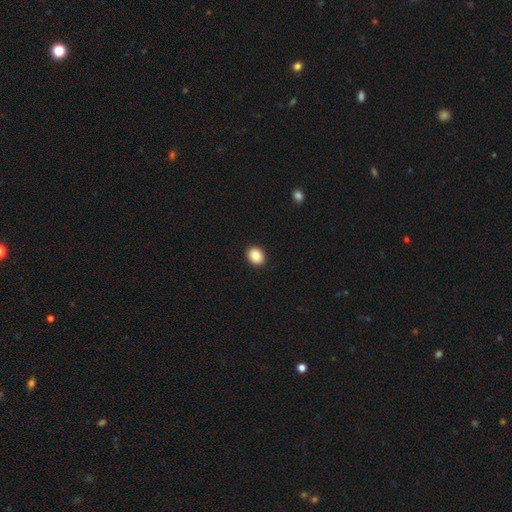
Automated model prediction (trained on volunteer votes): Morphology: type=smooth (89%); roundness=in between (50%); merging=none (92%).